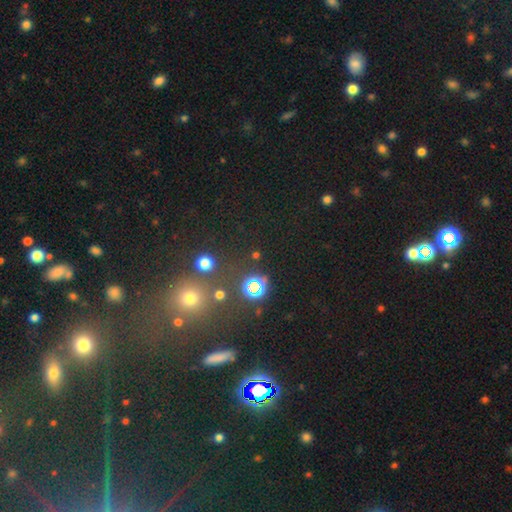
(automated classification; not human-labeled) Morphology: type=star or artifact (53%).